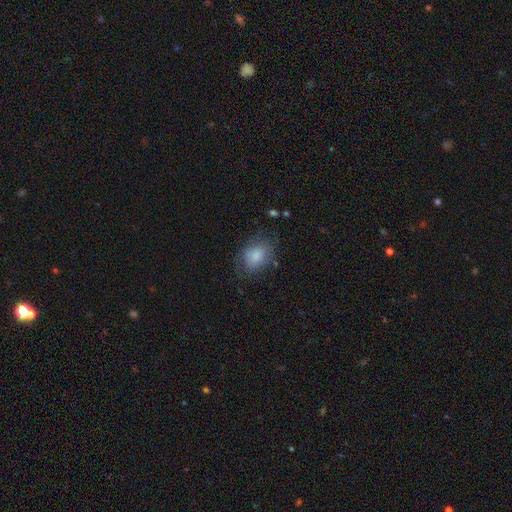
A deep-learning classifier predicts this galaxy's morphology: smooth-or-featured: smooth: 81% | featured or disk: 11% | star or artifact: 8%
  how-rounded: in between: 70% | round: 29% | cigar-shaped: 1%
  merging: none: 66% | minor disturbance: 22% | major disturbance: 9% | merger: 2%